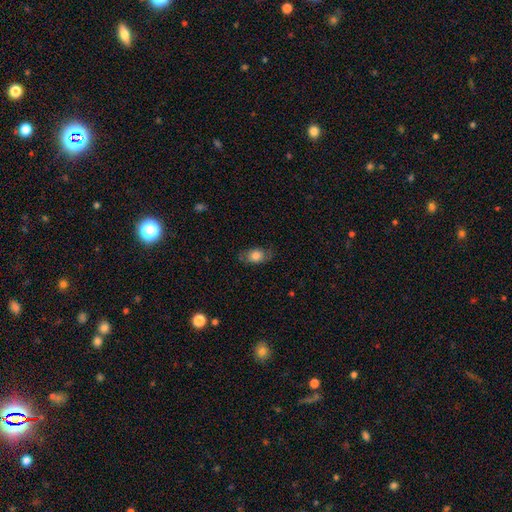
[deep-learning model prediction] A smooth galaxy with no disk features (73%) that is in between round and cigar-shaped (80%).

Vote fractions:
- Smooth or featured? smooth: 73% / featured or disk: 19% / star or artifact: 8%
- How rounded? in between: 80% / round: 17% / cigar-shaped: 3%
- Merging? none: 69% / minor disturbance: 22% / major disturbance: 8% / merger: 1%